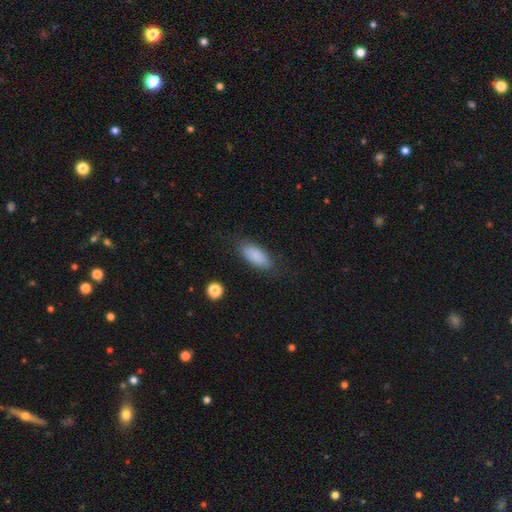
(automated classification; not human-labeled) The model was most divided on "merging": none: 80%, minor disturbance: 14%, major disturbance: 5%, merger: 1%. More confident: smooth or featured — smooth (87%); how rounded — in between (82%).